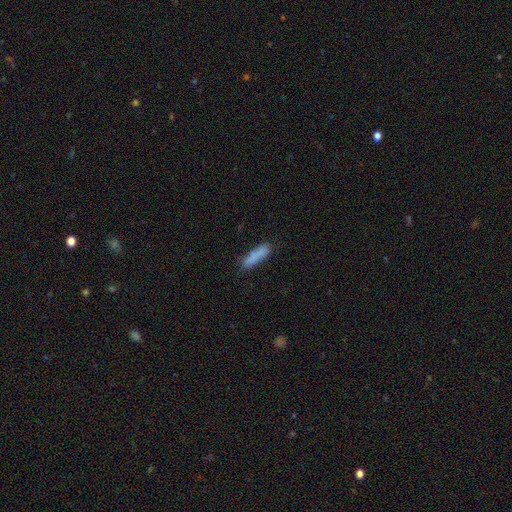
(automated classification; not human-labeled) This appears to be a smooth galaxy with no disk features (82%) that is cigar-shaped (72%). Merging: none (73%).